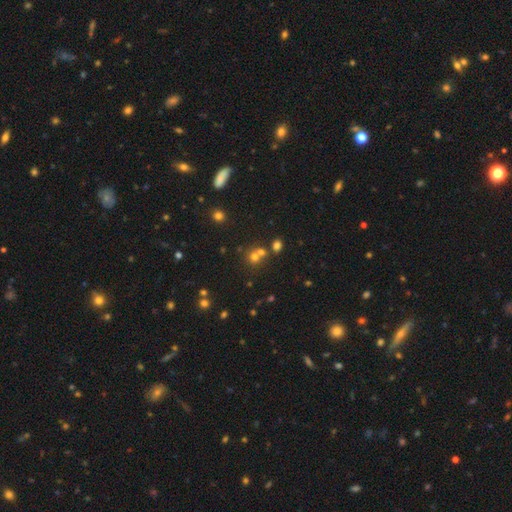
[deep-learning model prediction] A smooth galaxy with no disk features (54%) that is round (86%).

Vote fractions:
- Smooth or featured? smooth: 54% / star or artifact: 34% / featured or disk: 12%
- How rounded? round: 86% / in between: 13% / cigar-shaped: 1%
- Merging? none: 55% / merger: 34% / minor disturbance: 7% / major disturbance: 3%